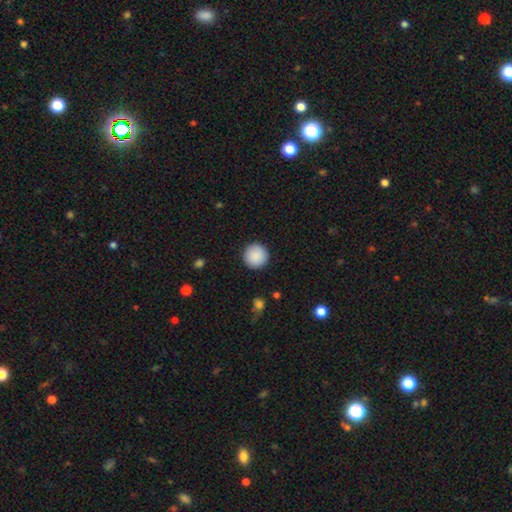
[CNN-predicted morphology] A smooth galaxy with no disk features (90%) that is round (96%). Merging: none (92%).